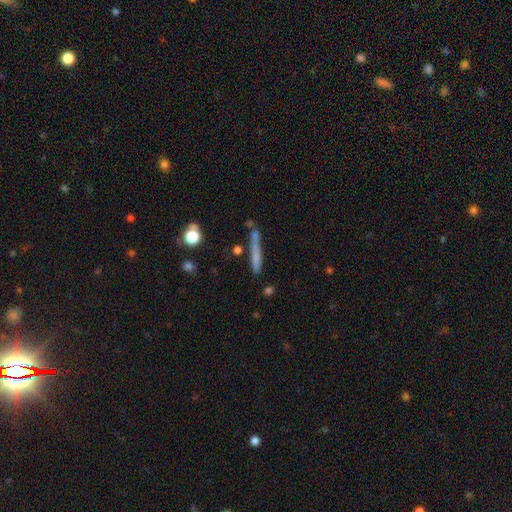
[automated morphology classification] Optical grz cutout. It shows a smooth galaxy with no disk features (62%) that is cigar-shaped (93%). Merging: none (68%).